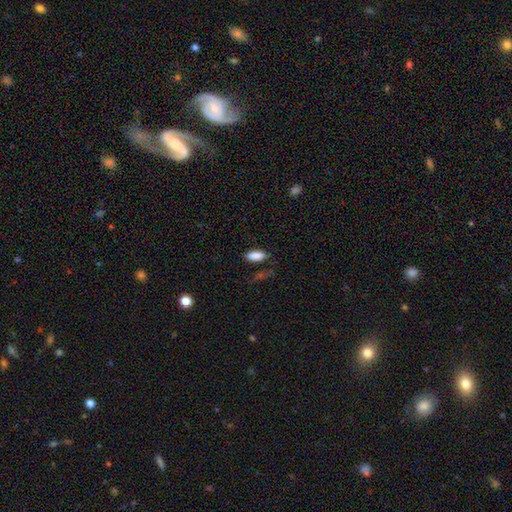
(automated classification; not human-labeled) A smooth galaxy with no disk features (87%) that is in between round and cigar-shaped (78%). Merging: none (76%).